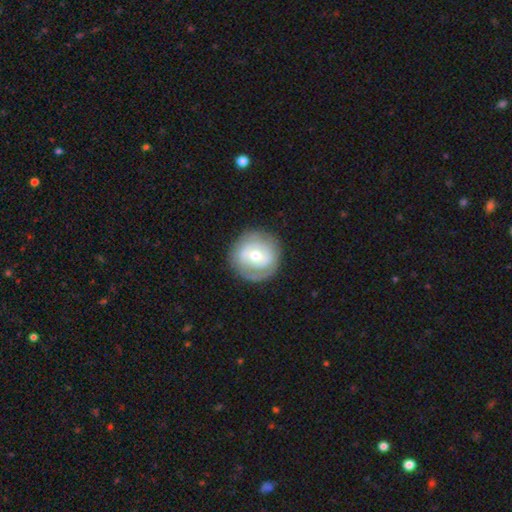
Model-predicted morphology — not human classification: This is possibly a featured or disk galaxy (50%). It is clearly not viewed edge-on (96%). Merging: likely none (80%).